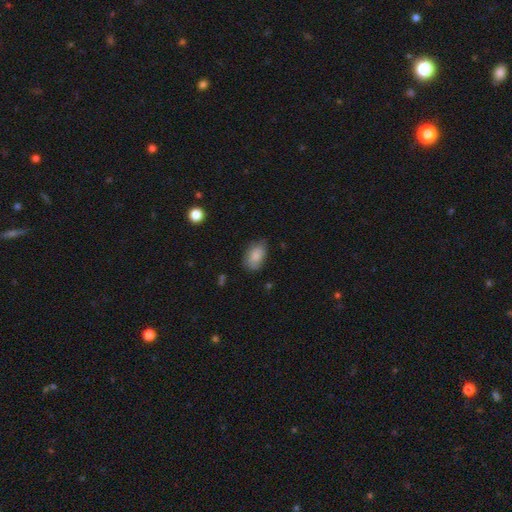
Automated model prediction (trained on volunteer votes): Q: Smooth or featured?
A: smooth (84%); runner-up: featured or disk (9%)
Q: How rounded?
A: in between (90%); runner-up: round (9%)
Q: Merging?
A: none (68%); runner-up: minor disturbance (26%)